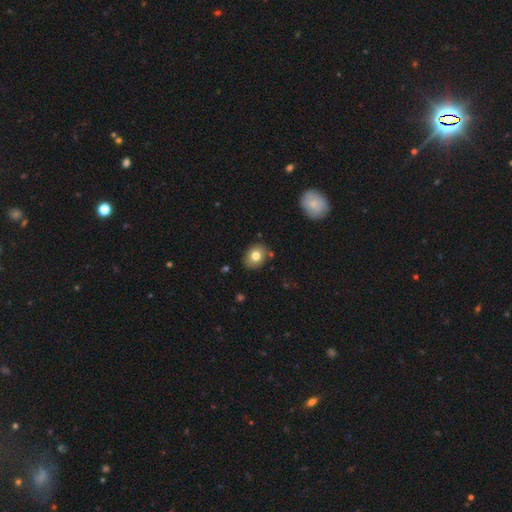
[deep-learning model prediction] smooth_or_featured: smooth (p=0.78) [alt: featured or disk p=0.13]
how_rounded: round (p=0.51) [alt: in between p=0.48]
merging: none (p=0.84) [alt: minor disturbance p=0.11]